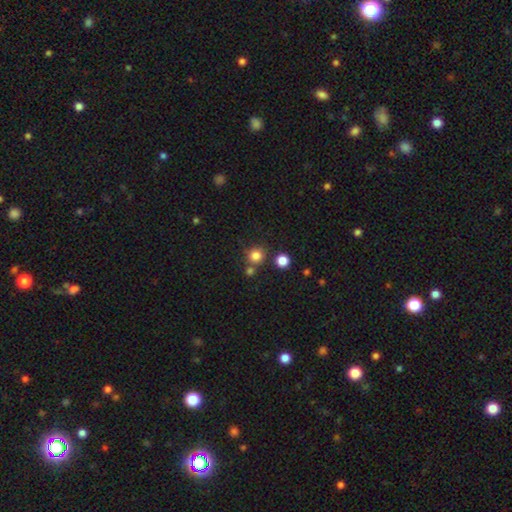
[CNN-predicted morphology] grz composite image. It shows a smooth galaxy with no disk features (81%) that is round (92%). Merging: none (72%).